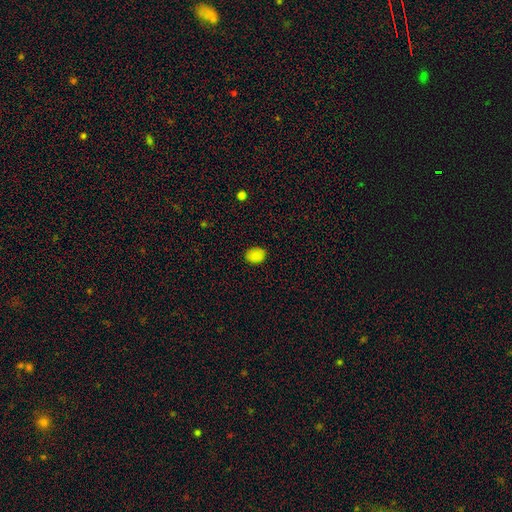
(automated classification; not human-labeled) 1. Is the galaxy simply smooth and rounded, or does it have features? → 85% smooth, 11% star or artifact, 4% featured or disk.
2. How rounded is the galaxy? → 60% in between, 39% round, 1% cigar-shaped.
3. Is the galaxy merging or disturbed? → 86% none, 11% minor disturbance, 2% major disturbance, 1% merger.